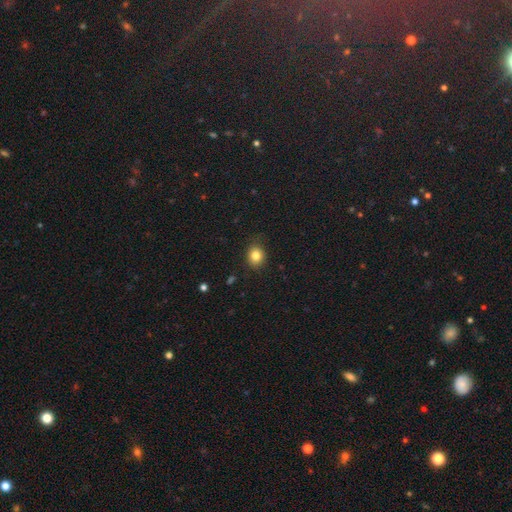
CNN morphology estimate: smooth_or_featured: smooth (p=0.83) [alt: star or artifact p=0.11]
how_rounded: round (p=0.65) [alt: in between p=0.34]
merging: none (p=0.85) [alt: minor disturbance p=0.12]